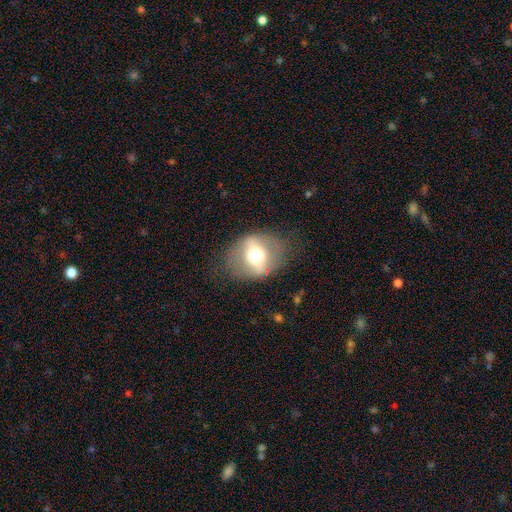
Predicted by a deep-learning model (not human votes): Smooth or featured?
  - featured or disk: 47% *
  - smooth: 45%
  - star or artifact: 8%
Merging?
  - none: 72% *
  - minor disturbance: 17%
  - major disturbance: 10%
  - merger: 1%